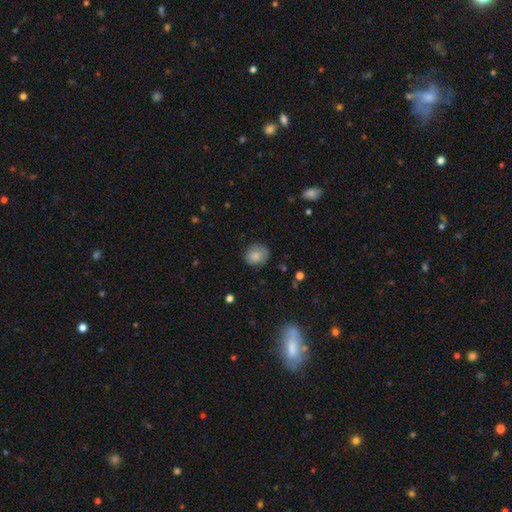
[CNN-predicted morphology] Overall: smooth (82%). How rounded: round (82%). Merging: none (77%).